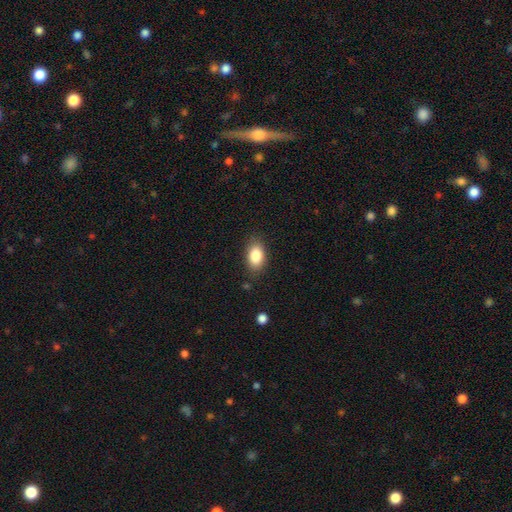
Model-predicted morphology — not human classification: A smooth galaxy with no disk features (85%) that is in between round and cigar-shaped (89%). Merging: none (84%).